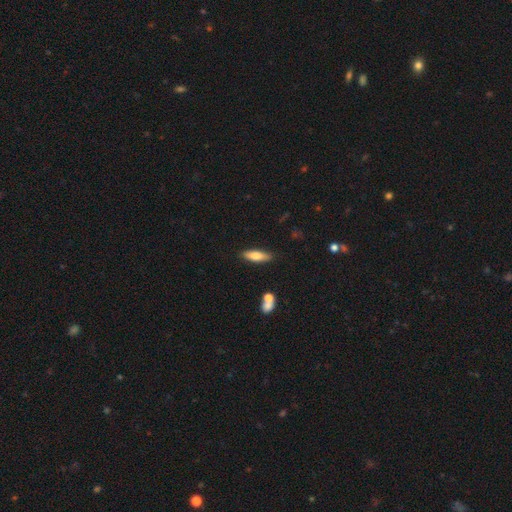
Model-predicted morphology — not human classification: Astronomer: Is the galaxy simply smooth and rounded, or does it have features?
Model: smooth — 72%.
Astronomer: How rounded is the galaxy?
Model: cigar-shaped — 49%, tied with in between at 49%.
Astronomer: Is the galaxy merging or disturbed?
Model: none — 82%.